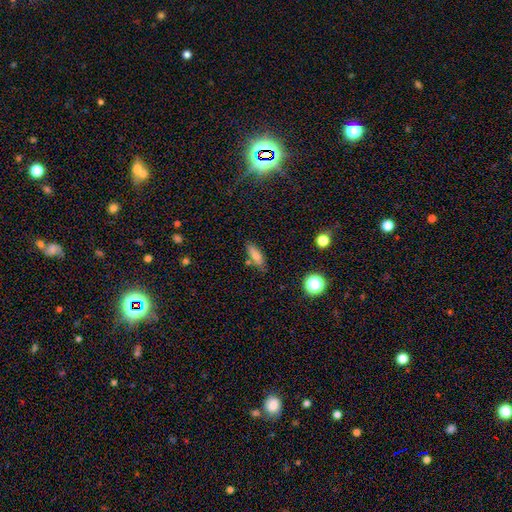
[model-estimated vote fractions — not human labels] Smooth or featured?
  - smooth: 76% *
  - featured or disk: 13%
  - star or artifact: 11%
How rounded?
  - in between: 60% *
  - cigar-shaped: 36%
  - round: 4%
Merging?
  - none: 73% *
  - minor disturbance: 15%
  - merger: 8%
  - major disturbance: 4%